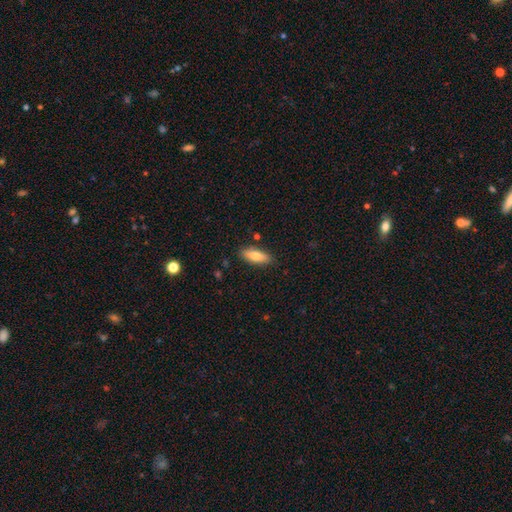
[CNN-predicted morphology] smooth_or_featured: smooth (p=0.74) [alt: featured or disk p=0.19]
how_rounded: in between (p=0.67) [alt: cigar-shaped p=0.31]
merging: none (p=0.85) [alt: minor disturbance p=0.11]